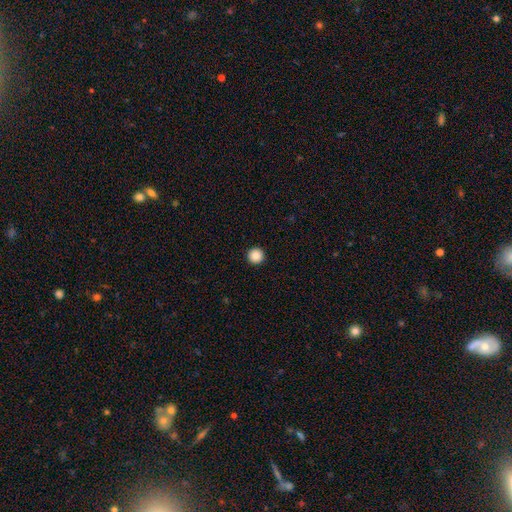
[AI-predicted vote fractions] The model was most divided on "smooth or featured": smooth: 88%, star or artifact: 9%, featured or disk: 3%. More confident: how rounded — round (97%); merging — none (94%).